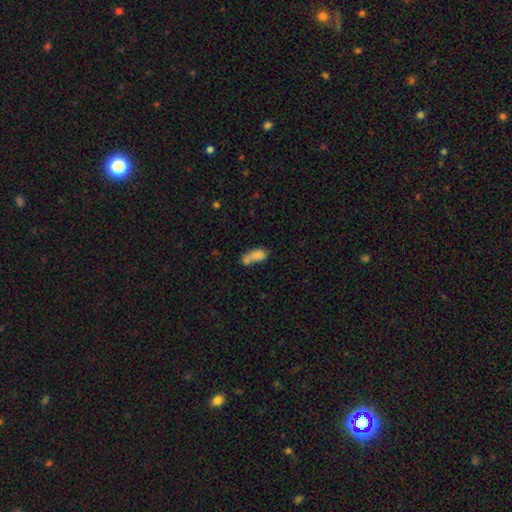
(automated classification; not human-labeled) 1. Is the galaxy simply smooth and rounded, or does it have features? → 78% smooth, 13% featured or disk, 10% star or artifact.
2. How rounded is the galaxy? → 82% in between, 11% cigar-shaped, 7% round.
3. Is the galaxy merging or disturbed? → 54% merger, 25% none, 13% minor disturbance, 8% major disturbance.